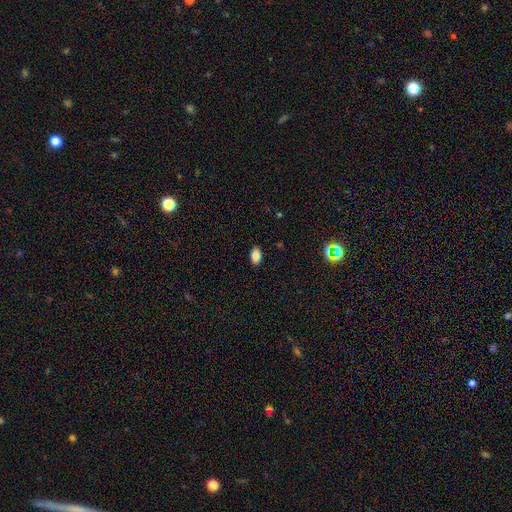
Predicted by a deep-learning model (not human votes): Smooth or featured: smooth — 84% (star or artifact — 9%)
How rounded: in between — 91% (round — 6%)
Merging: none — 89% (minor disturbance — 8%)